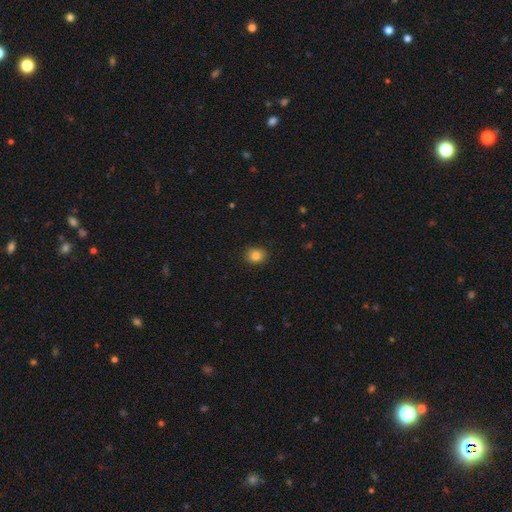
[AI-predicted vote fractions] This is clearly a smooth galaxy (84%). How rounded: likely round (67%). Merging: clearly none (86%).